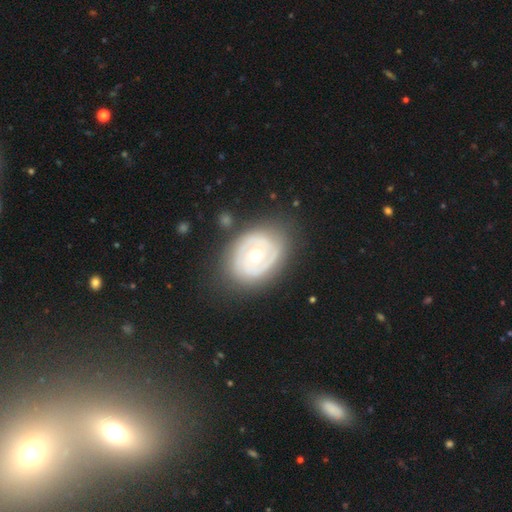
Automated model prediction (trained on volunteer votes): Morphology: type=featured or disk (75%); edge-on=no (96%); bar=no (75%); spiral arms=yes (63%); bulge=moderate (65%); merging=none (74%).